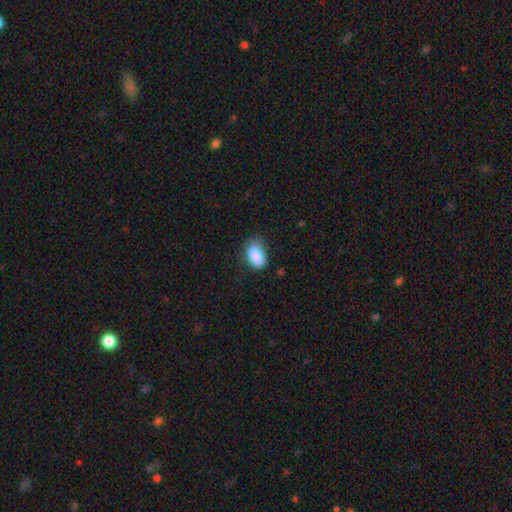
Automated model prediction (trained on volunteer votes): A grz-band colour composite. It shows a smooth galaxy with no disk features (87%) that is in between round and cigar-shaped (89%). Merging: none (63%).